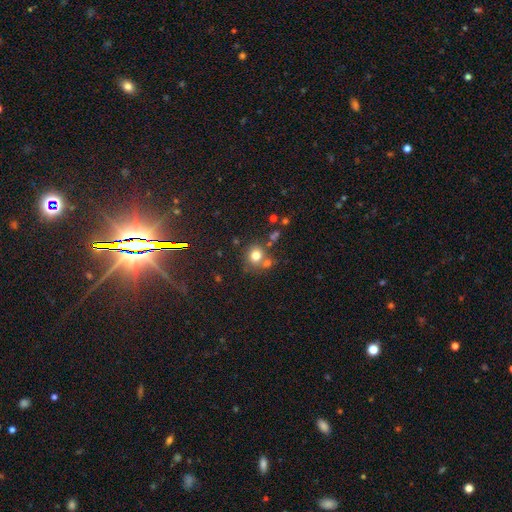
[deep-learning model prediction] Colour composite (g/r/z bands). It shows a smooth galaxy with no disk features (59%) that is round (86%). Merging: none (63%).